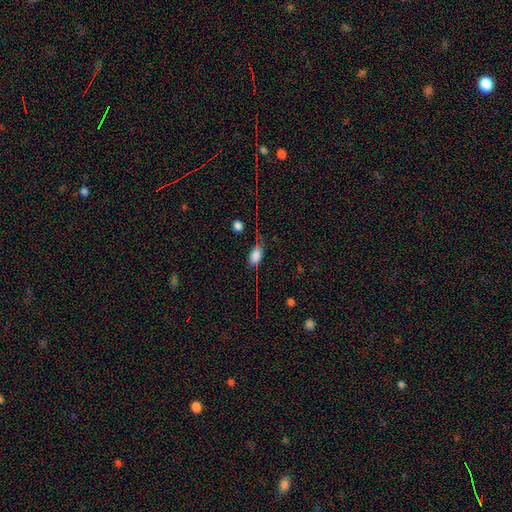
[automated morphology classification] smooth_or_featured: smooth (p=0.79) [alt: star or artifact p=0.12]
how_rounded: in between (p=0.88) [alt: round p=0.08]
merging: none (p=0.51) [alt: minor disturbance p=0.28]